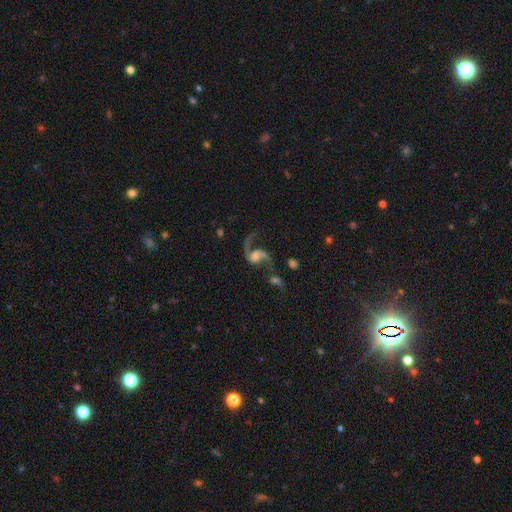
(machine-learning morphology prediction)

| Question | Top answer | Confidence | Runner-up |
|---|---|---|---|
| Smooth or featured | featured or disk | 83% | smooth (9%) |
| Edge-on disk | no | 97% | yes (3%) |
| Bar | no | 55% | weak (35%) |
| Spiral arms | yes | 94% | no (6%) |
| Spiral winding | loose | 76% | medium (21%) |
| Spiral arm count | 2 | 80% | 1 (14%) |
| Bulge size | moderate | 39% | small (31%) |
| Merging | none | 41% | merger (23%) |